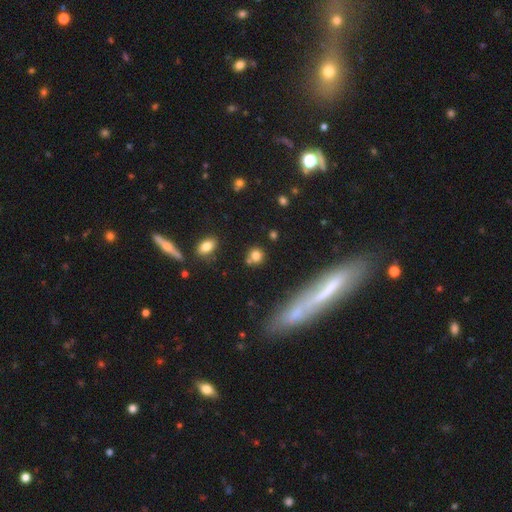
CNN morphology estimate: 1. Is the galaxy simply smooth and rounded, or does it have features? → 77% smooth, 14% star or artifact, 9% featured or disk.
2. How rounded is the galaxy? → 81% round, 17% in between, 2% cigar-shaped.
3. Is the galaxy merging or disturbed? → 67% none, 17% merger, 12% minor disturbance, 4% major disturbance.